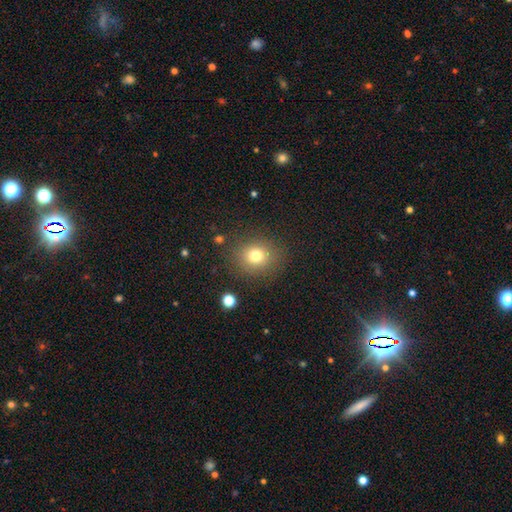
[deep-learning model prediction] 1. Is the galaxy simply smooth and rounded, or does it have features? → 76% smooth, 14% star or artifact, 10% featured or disk.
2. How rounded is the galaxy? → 76% round, 23% in between, 1% cigar-shaped.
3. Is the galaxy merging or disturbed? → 85% none, 9% minor disturbance, 4% major disturbance, 2% merger.